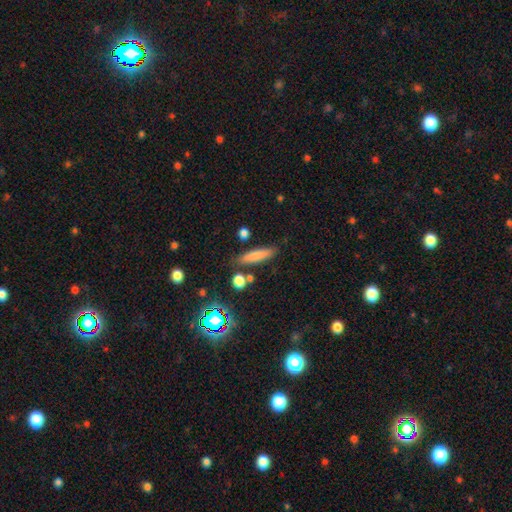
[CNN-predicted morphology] Overall: smooth (77%). How rounded: cigar-shaped (79%). Merging: none (80%).